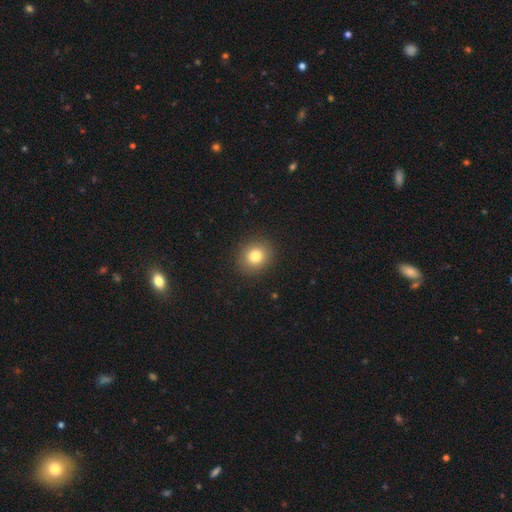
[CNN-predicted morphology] A smooth galaxy with no disk features (81%) that is round (77%).

Vote fractions:
- Smooth or featured? smooth: 81% / star or artifact: 11% / featured or disk: 8%
- How rounded? round: 77% / in between: 22% / cigar-shaped: 1%
- Merging? none: 91% / minor disturbance: 6% / major disturbance: 2% / merger: 1%